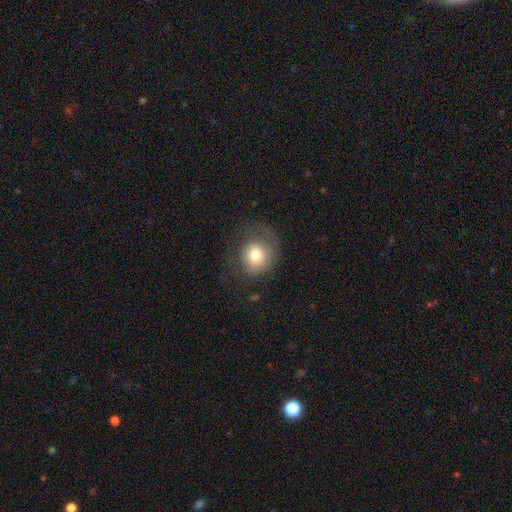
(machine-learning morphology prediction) smooth_or_featured: smooth (p=0.75) [alt: featured or disk p=0.16]
how_rounded: round (p=0.81) [alt: in between p=0.18]
merging: none (p=0.58) [alt: minor disturbance p=0.21]